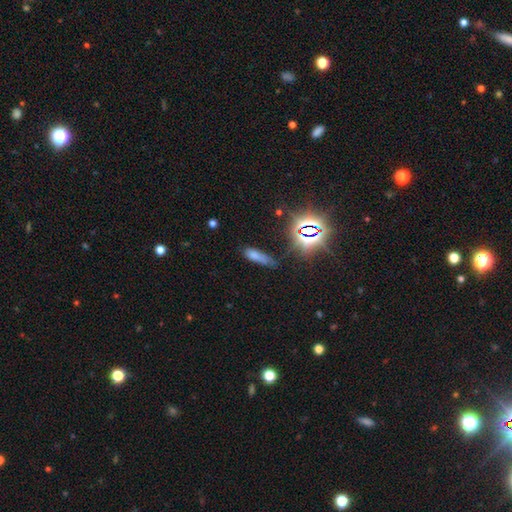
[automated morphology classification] This is likely a smooth galaxy (65%). How rounded: possibly cigar-shaped (49%). Merging: possibly none (49%).